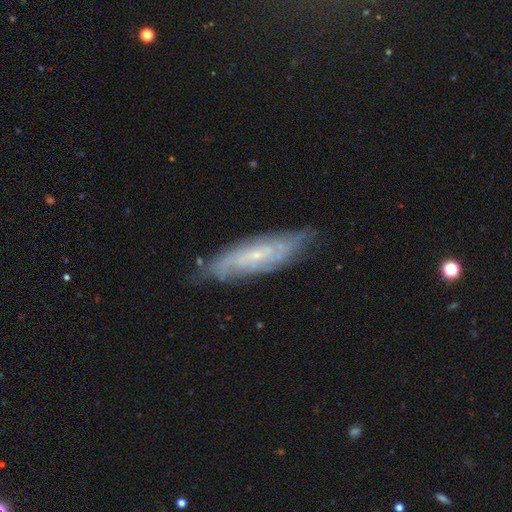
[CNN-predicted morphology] Smooth or featured: featured or disk — 73% (smooth — 20%)
Edge-on disk: no — 74% (yes — 26%)
Bar: no — 55% (weak — 35%)
Spiral arms: yes — 86% (no — 14%)
Bulge size: small — 77% (moderate — 16%)
Merging: none — 75% (minor disturbance — 19%)